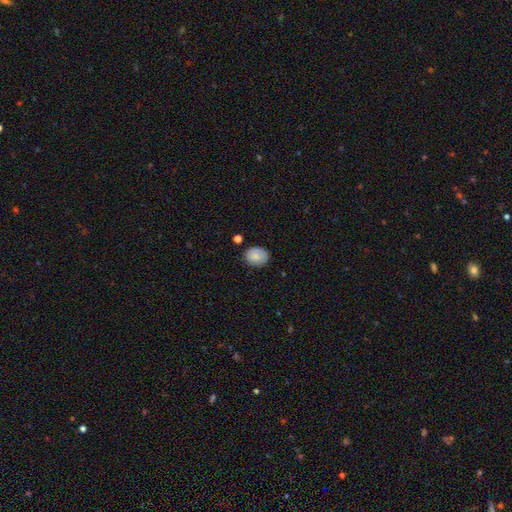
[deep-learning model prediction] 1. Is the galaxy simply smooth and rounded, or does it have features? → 79% smooth, 13% featured or disk, 8% star or artifact.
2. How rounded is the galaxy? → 54% in between, 45% round, 1% cigar-shaped.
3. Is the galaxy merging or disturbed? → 77% none, 17% minor disturbance, 3% major disturbance, 3% merger.